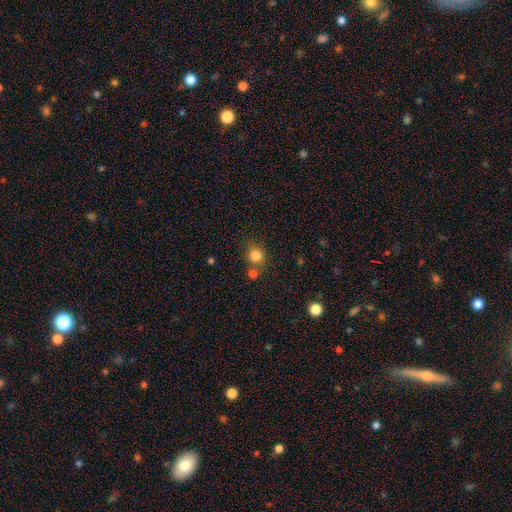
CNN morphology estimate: smooth-or-featured: smooth: 82% | star or artifact: 12% | featured or disk: 6%
  how-rounded: round: 85% | in between: 14% | cigar-shaped: 1%
  merging: none: 67% | merger: 17% | minor disturbance: 12% | major disturbance: 4%